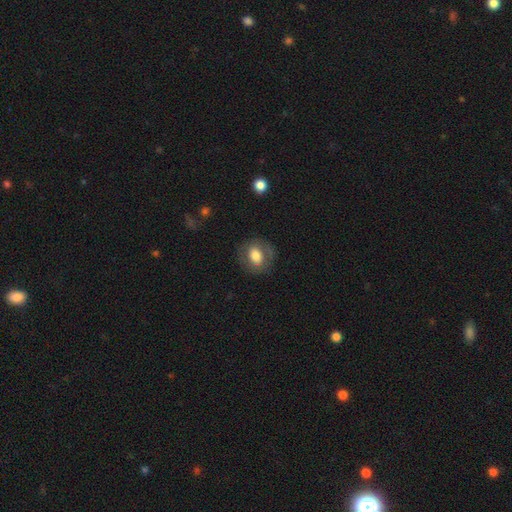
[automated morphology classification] Smooth or featured? smooth (63%)
How rounded? round (52%)
Merging? none (79%)